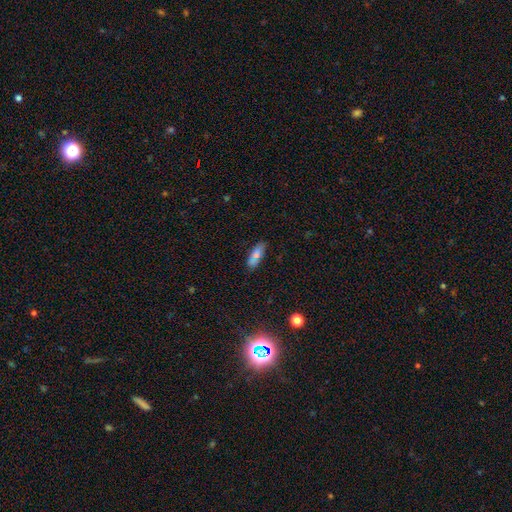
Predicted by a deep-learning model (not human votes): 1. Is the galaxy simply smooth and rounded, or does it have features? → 71% smooth, 17% featured or disk, 11% star or artifact.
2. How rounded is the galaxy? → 69% in between, 28% cigar-shaped, 4% round.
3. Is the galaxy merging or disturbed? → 72% none, 14% minor disturbance, 10% merger, 4% major disturbance.